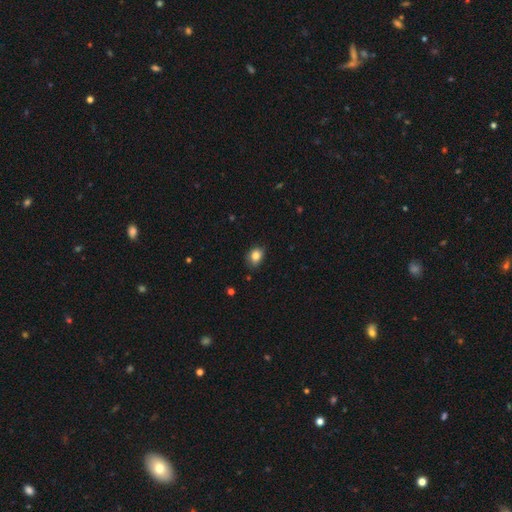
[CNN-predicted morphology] Smooth or featured? Predicted: smooth (p=0.84). How rounded? Predicted: in between (p=0.65). Merging? Predicted: none (p=0.71).